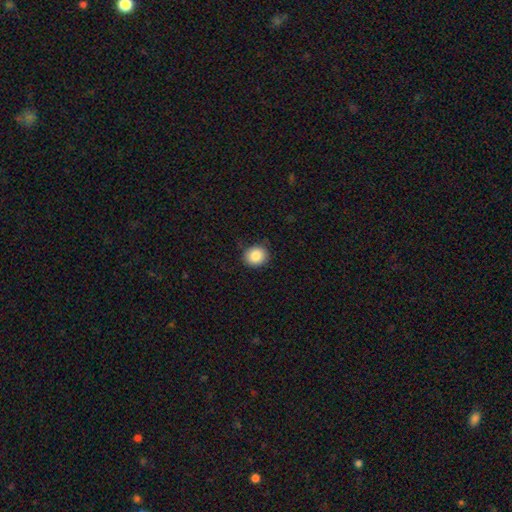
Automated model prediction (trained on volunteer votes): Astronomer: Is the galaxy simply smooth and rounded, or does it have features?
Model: smooth — 86%.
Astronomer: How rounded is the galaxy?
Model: round — 83%.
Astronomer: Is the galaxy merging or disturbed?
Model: none — 84%.